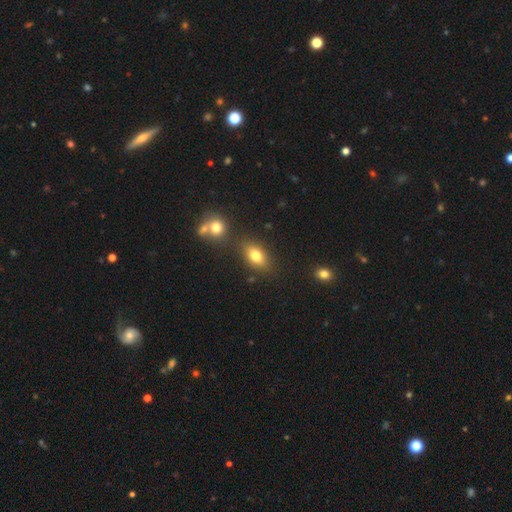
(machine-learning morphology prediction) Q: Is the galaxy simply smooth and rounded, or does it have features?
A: smooth — 78%.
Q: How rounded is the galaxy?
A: in between — 82%.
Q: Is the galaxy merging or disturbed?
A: none — 75%.